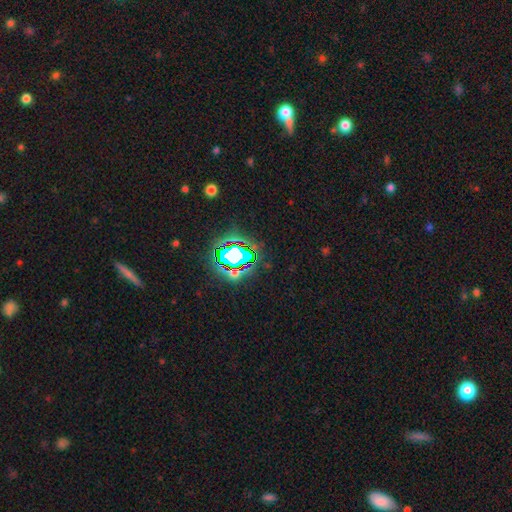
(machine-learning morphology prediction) Overall: star or artifact (79%).